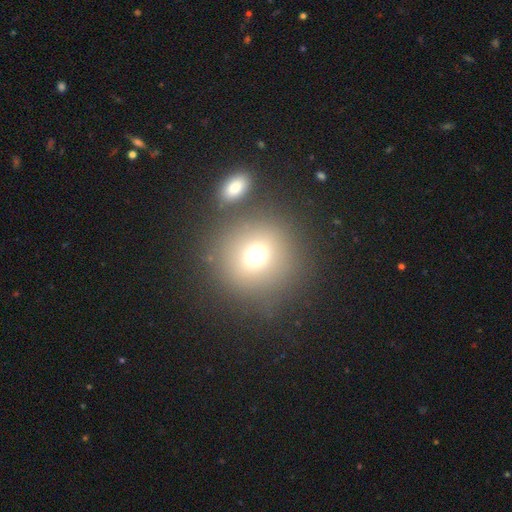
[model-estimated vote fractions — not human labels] Smooth or featured: smooth — 71% (star or artifact — 16%)
How rounded: round — 86% (in between — 13%)
Merging: none — 70% (merger — 15%)